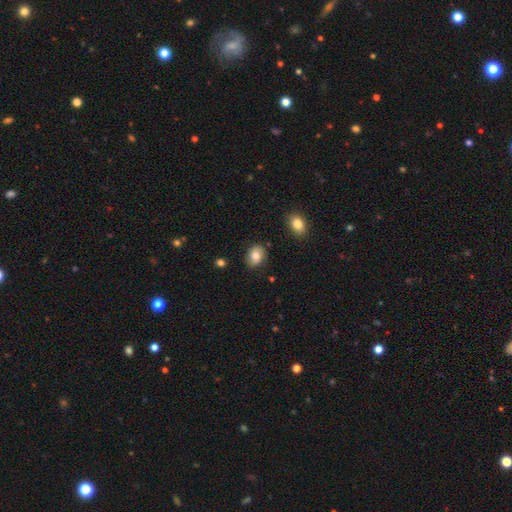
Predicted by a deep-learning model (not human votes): smooth_or_featured: smooth (p=0.79) [alt: featured or disk p=0.13]
how_rounded: in between (p=0.62) [alt: round p=0.37]
merging: none (p=0.82) [alt: minor disturbance p=0.13]